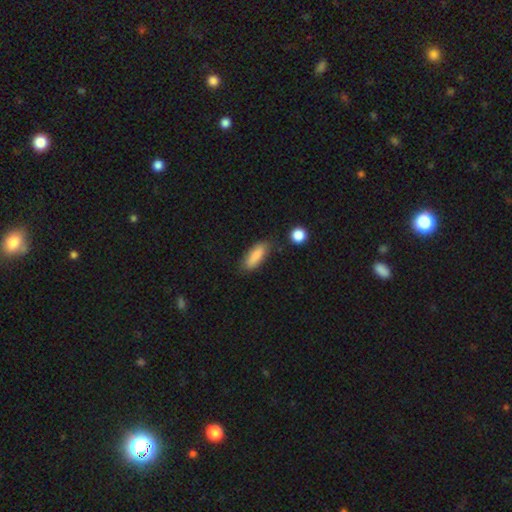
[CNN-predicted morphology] Q: Smooth or featured?
A: smooth (84%); runner-up: featured or disk (10%)
Q: How rounded?
A: in between (67%); runner-up: cigar-shaped (30%)
Q: Merging?
A: none (74%); runner-up: minor disturbance (18%)